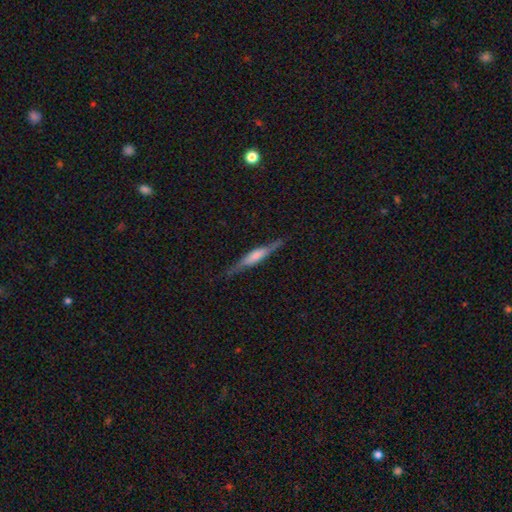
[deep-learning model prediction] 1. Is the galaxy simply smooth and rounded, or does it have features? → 56% featured or disk, 38% smooth, 6% star or artifact.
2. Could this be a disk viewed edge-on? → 92% yes, 8% no.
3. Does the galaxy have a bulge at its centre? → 41% rounded, 37% boxy, 21% none.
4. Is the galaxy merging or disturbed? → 81% none, 14% minor disturbance, 3% major disturbance, 1% merger.